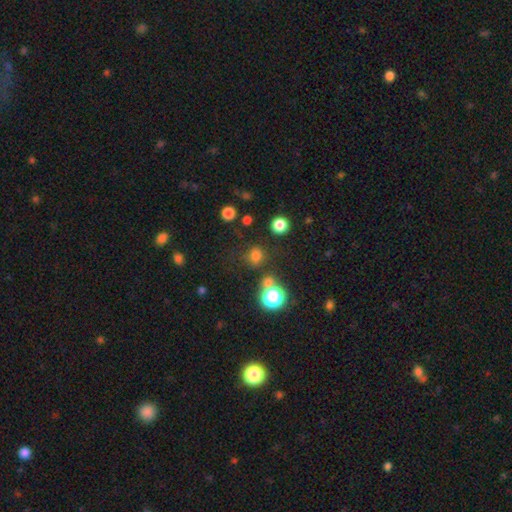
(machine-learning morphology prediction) This appears to be a smooth galaxy with no disk features (72%) that is round (83%). Merging: none (76%).